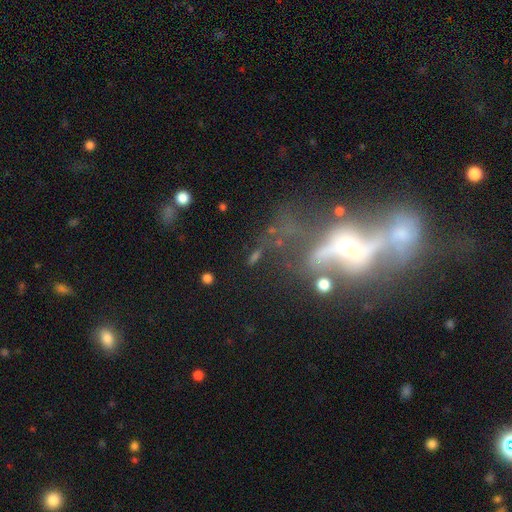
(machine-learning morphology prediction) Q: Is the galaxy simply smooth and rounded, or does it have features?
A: featured or disk — 51%.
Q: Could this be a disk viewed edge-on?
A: no — 78%.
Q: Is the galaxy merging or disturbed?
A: none — 41%.